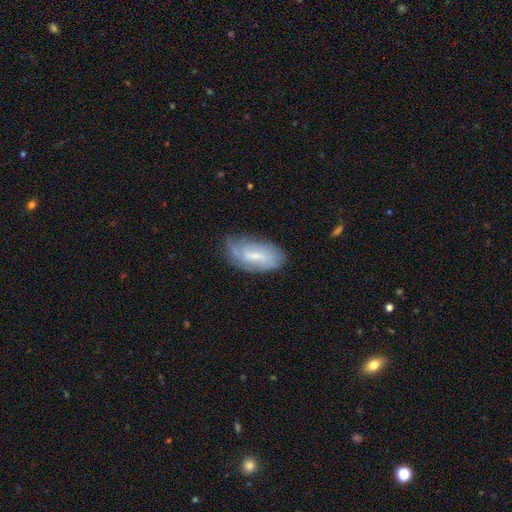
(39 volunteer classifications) A featured or disk galaxy (56%) with no bar (45%), tight (70%) spiral arms (91%) and a small central bulge (55%). Merging: none (66%).